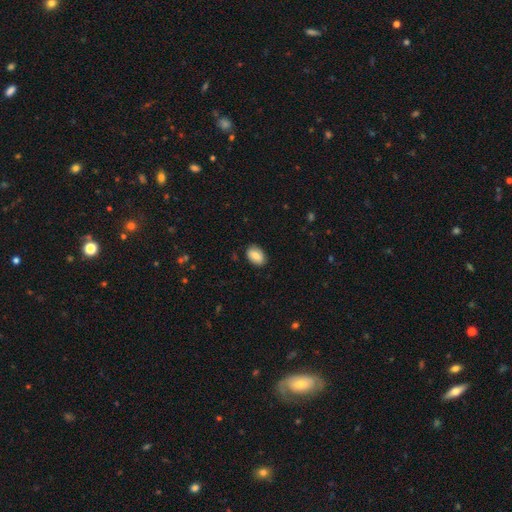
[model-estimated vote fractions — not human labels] This is clearly a smooth galaxy (82%). How rounded: clearly in between (87%). Merging: clearly none (85%).